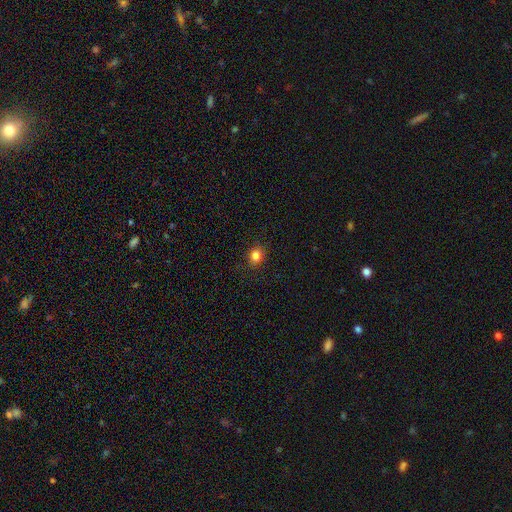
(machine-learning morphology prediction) Q: Smooth or featured?
A: smooth (83%); runner-up: star or artifact (12%)
Q: How rounded?
A: round (66%); runner-up: in between (33%)
Q: Merging?
A: none (88%); runner-up: minor disturbance (8%)